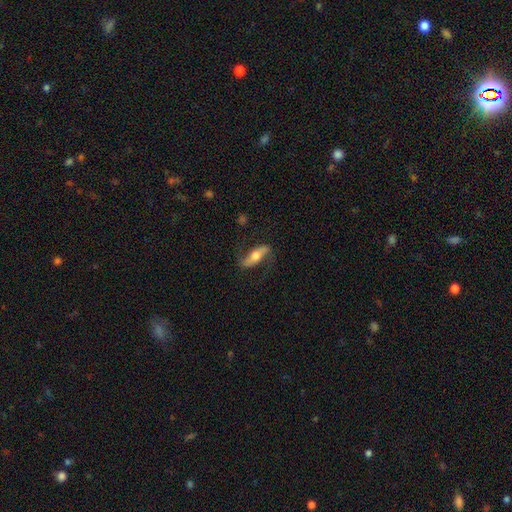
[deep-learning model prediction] Smooth or featured? featured or disk (58%)
Edge-on disk? no (71%)
Merging? none (74%)